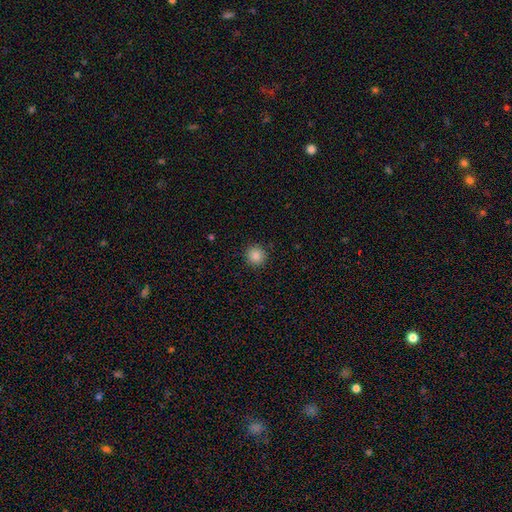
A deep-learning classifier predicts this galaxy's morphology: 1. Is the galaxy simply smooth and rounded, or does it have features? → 86% smooth, 10% star or artifact, 3% featured or disk.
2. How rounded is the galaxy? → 94% round, 5% in between, 1% cigar-shaped.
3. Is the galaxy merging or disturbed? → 91% none, 6% minor disturbance, 2% major disturbance, 1% merger.